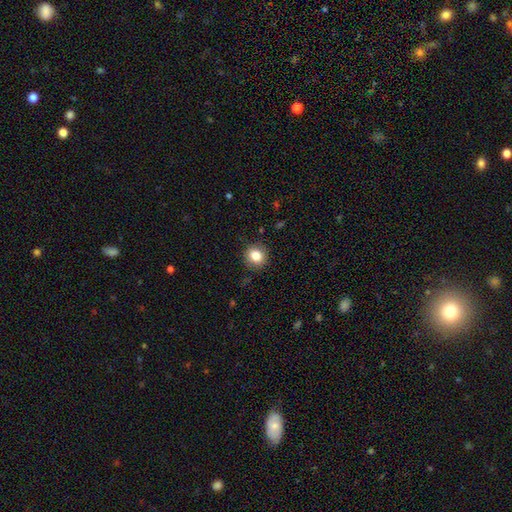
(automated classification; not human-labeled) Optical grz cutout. It shows a smooth galaxy with no disk features (83%) that is round (83%). Merging: none (88%).